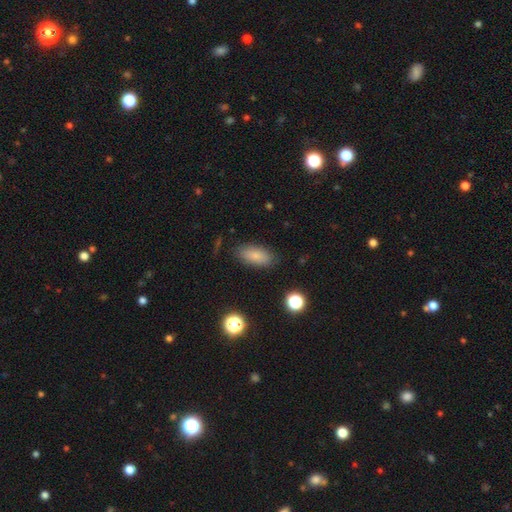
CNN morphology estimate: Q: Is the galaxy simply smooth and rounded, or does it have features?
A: smooth — 82%.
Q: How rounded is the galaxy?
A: in between — 85%.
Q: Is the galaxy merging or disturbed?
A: none — 84%.